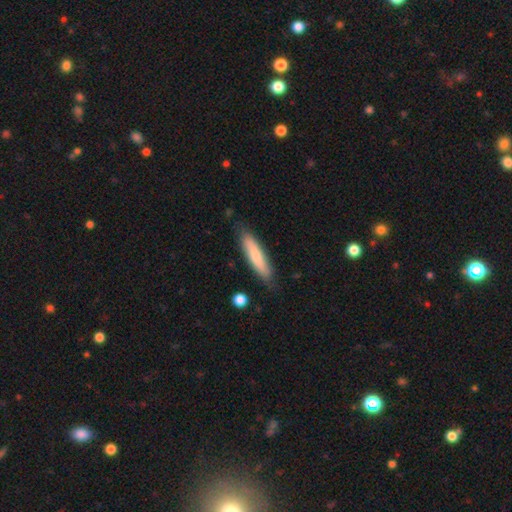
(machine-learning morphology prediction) smooth 73%, featured or disk 21%, star or artifact 6%. Down the decision tree: how rounded — cigar-shaped (82%); merging — none (82%).